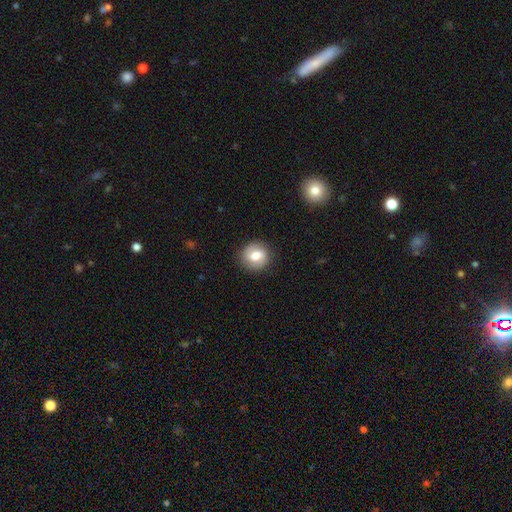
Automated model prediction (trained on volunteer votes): Smooth or featured? smooth (60%)
How rounded? round (84%)
Merging? none (87%)